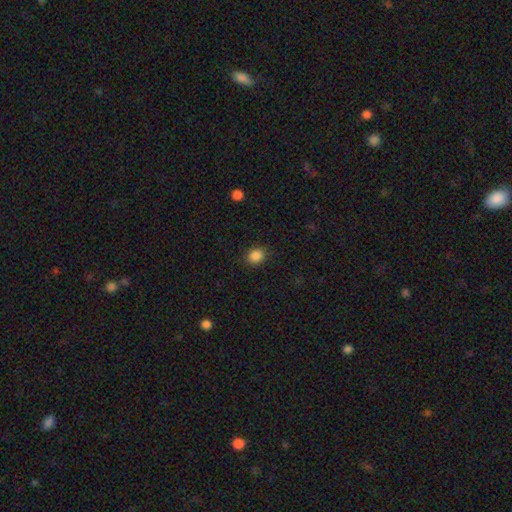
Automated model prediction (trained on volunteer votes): Smooth or featured? smooth (87%)
How rounded? round (65%)
Merging? none (88%)